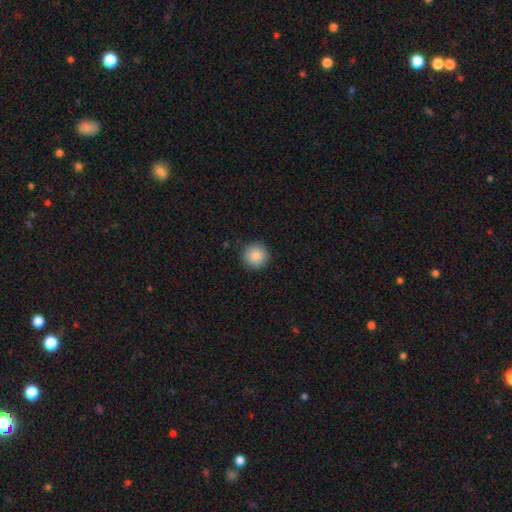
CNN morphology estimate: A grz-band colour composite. It shows a smooth galaxy with no disk features (87%) that is round (96%). Merging: none (90%).